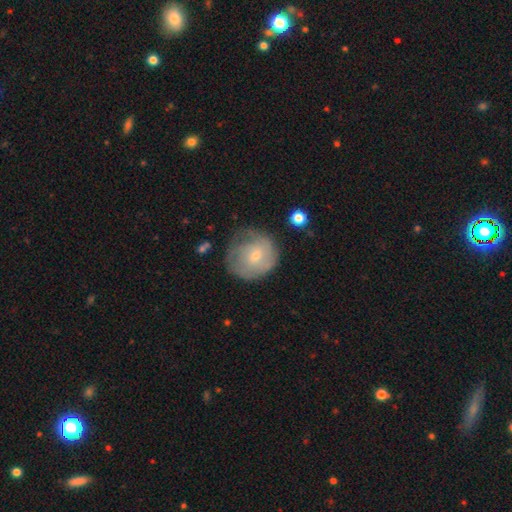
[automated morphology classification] type=featured or disk (49%); merging=none (58%).